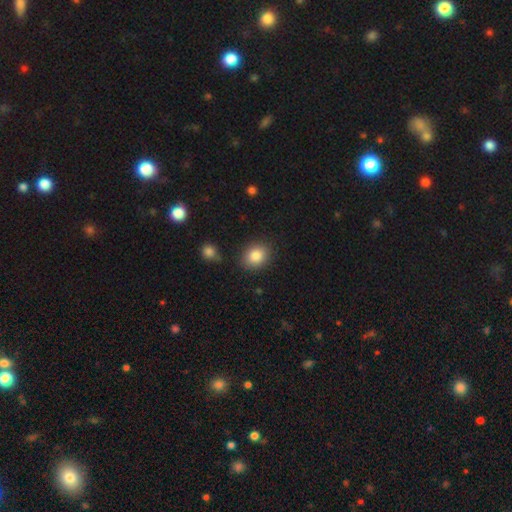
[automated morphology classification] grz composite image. It shows a smooth galaxy with no disk features (86%) that is round (58%). Merging: none (83%).